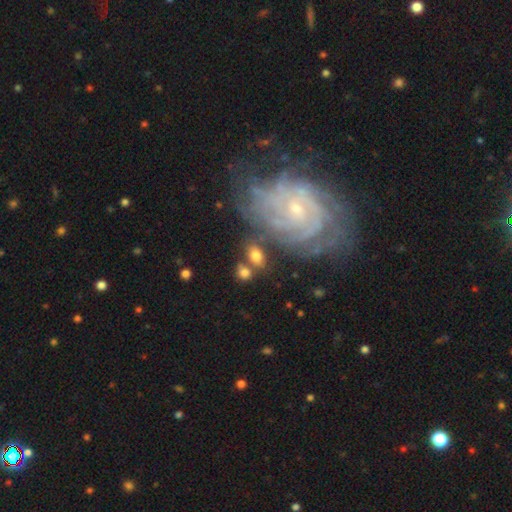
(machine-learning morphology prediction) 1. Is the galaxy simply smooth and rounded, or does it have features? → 64% smooth, 28% featured or disk, 8% star or artifact.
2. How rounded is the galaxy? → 80% in between, 17% round, 2% cigar-shaped.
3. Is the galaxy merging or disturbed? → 66% none, 15% minor disturbance, 13% merger, 7% major disturbance.